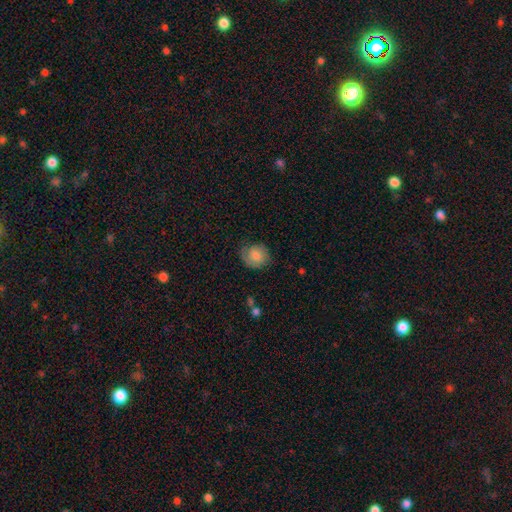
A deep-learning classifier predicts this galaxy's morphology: smooth_or_featured: smooth (p=0.65) [alt: featured or disk p=0.27]
how_rounded: round (p=0.71) [alt: in between p=0.28]
merging: none (p=0.67) [alt: minor disturbance p=0.23]